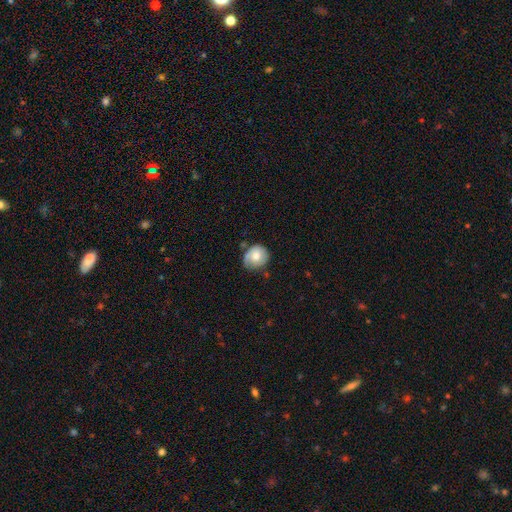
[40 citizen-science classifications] Q: Smooth or featured?
A: smooth (70%); runner-up: featured or disk (22%)
Q: How rounded?
A: round (71%); runner-up: in between (29%)
Q: Merging?
A: none (59%); runner-up: minor disturbance (35%)